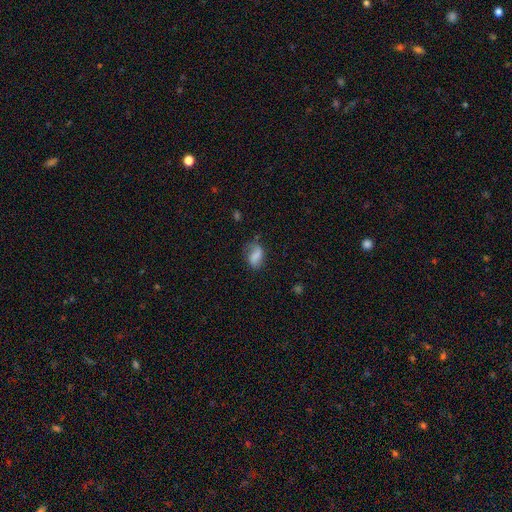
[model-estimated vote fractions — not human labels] Smooth or featured: smooth — 73% (featured or disk — 17%)
How rounded: in between — 84% (round — 12%)
Merging: none — 48% (minor disturbance — 32%)